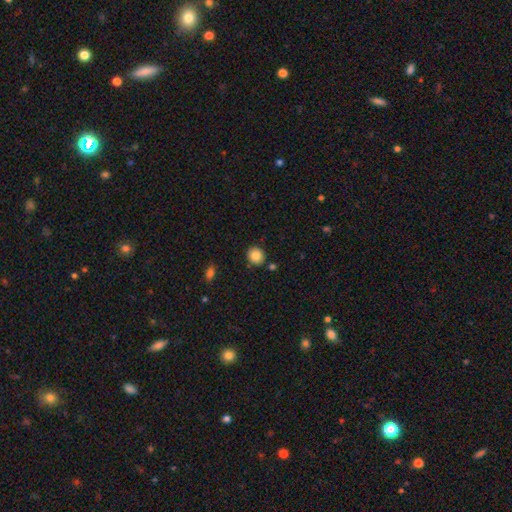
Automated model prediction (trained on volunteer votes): Smooth or featured? Predicted: smooth (p=0.86). How rounded? Predicted: round (p=0.78). Merging? Predicted: none (p=0.84).